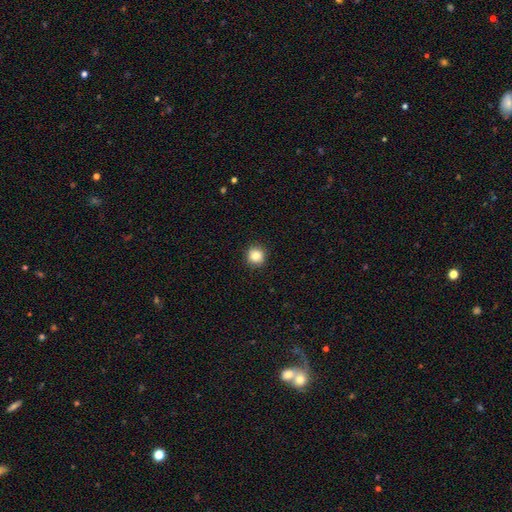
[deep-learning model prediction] Smooth or featured? smooth (83%)
How rounded? round (92%)
Merging? none (91%)